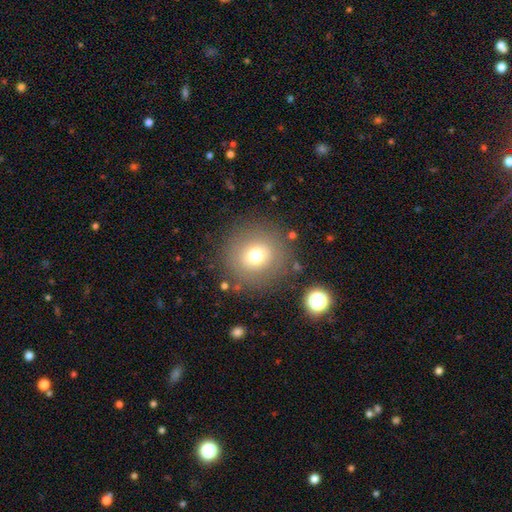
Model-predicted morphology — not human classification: Smooth or featured? Predicted: smooth (p=0.70). How rounded? Predicted: round (p=0.94). Merging? Predicted: none (p=0.84).